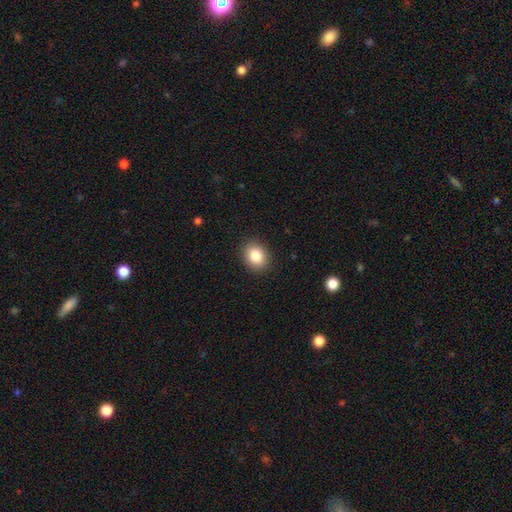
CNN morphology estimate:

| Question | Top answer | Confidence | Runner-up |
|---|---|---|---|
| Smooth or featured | smooth | 85% | star or artifact (9%) |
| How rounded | round | 58% | in between (41%) |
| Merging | none | 90% | minor disturbance (7%) |